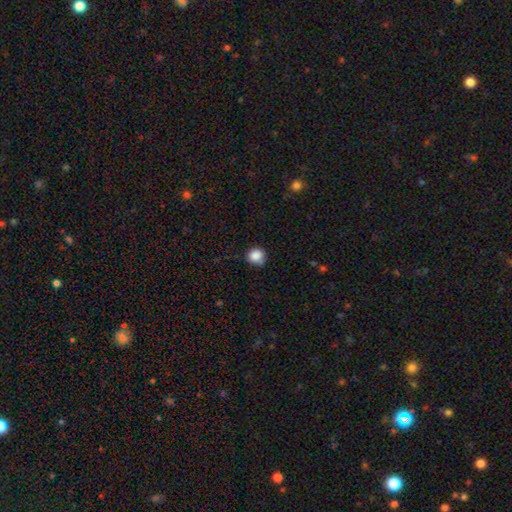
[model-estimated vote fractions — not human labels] smooth_or_featured: smooth (p=0.87) [alt: star or artifact p=0.10]
how_rounded: round (p=0.90) [alt: in between p=0.09]
merging: none (p=0.73) [alt: minor disturbance p=0.20]